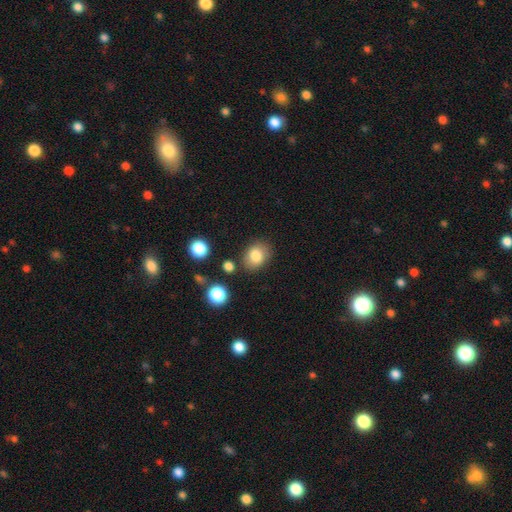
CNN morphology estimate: smooth_or_featured: smooth (p=0.82) [alt: star or artifact p=0.09]
how_rounded: in between (p=0.62) [alt: round p=0.37]
merging: none (p=0.78) [alt: minor disturbance p=0.14]